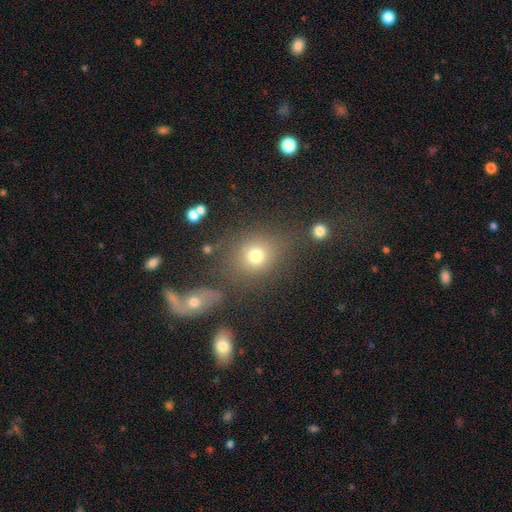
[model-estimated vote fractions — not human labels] smooth 73%, star or artifact 16%, featured or disk 12%. Down the decision tree: how rounded — round (66%); merging — none (69%).